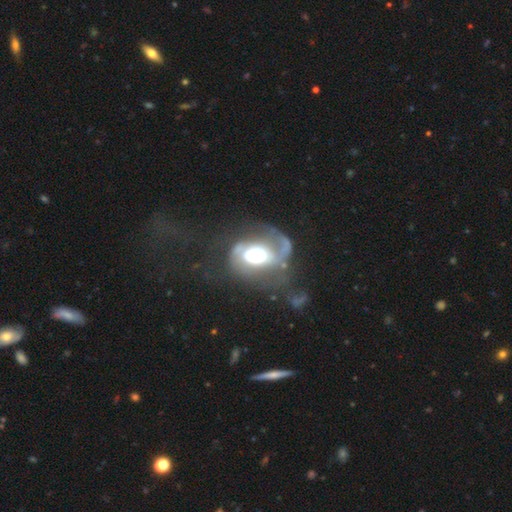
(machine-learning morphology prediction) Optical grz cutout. It shows a featured or disk galaxy (77%) with no bar (58%), 2 (51%) medium (42%) spiral arms (85%) and a large central bulge (43%). Merging: major disturbance (42%).